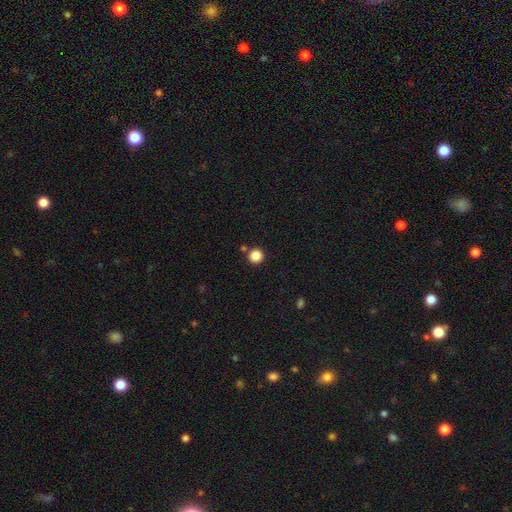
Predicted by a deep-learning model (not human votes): The model was most divided on "smooth or featured": smooth: 86%, star or artifact: 11%, featured or disk: 3%. More confident: how rounded — round (96%); merging — none (87%).